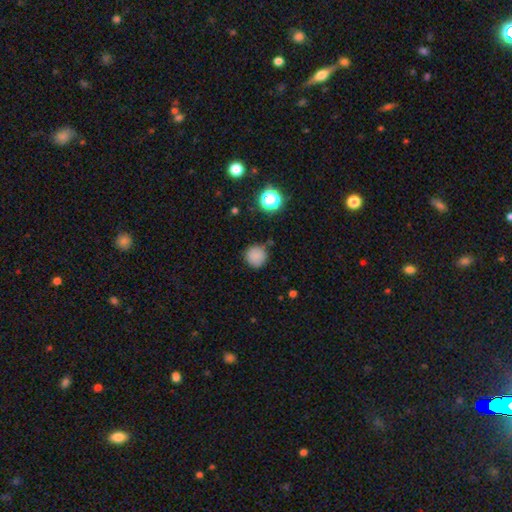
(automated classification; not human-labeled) Q: Smooth or featured?
A: smooth (83%); runner-up: star or artifact (13%)
Q: How rounded?
A: round (94%); runner-up: in between (5%)
Q: Merging?
A: none (81%); runner-up: minor disturbance (13%)